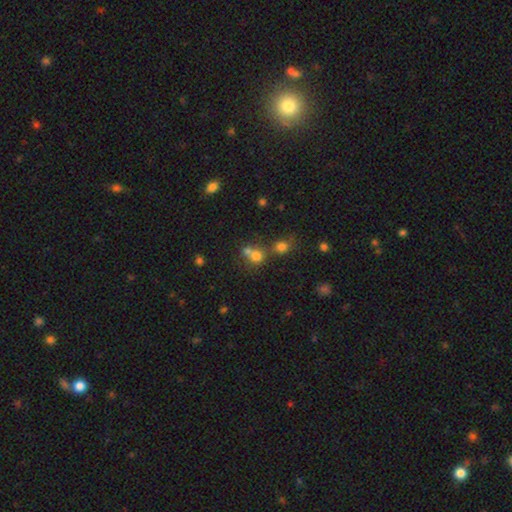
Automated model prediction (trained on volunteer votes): Smooth or featured?
  - smooth: 70% *
  - star or artifact: 18%
  - featured or disk: 12%
How rounded?
  - round: 74% *
  - in between: 25%
  - cigar-shaped: 1%
Merging?
  - merger: 48% *
  - none: 38%
  - minor disturbance: 8%
  - major disturbance: 5%